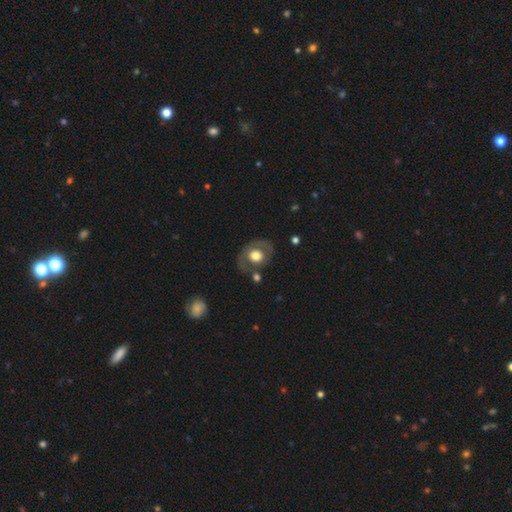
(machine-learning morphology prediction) A smooth galaxy with no disk features (50%).

Vote fractions:
- Smooth or featured? smooth: 50% / featured or disk: 43% / star or artifact: 7%
- Merging? none: 72% / minor disturbance: 17% / major disturbance: 7% / merger: 4%